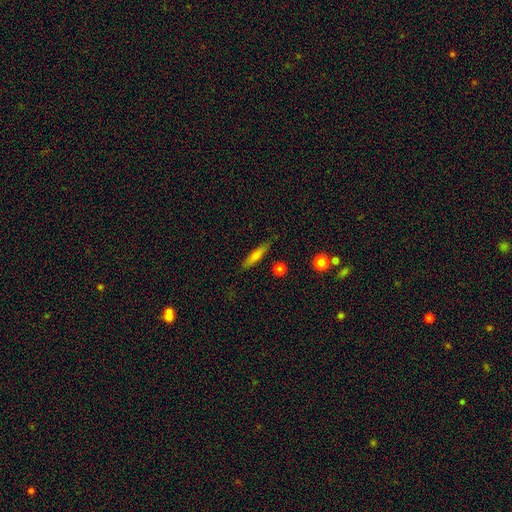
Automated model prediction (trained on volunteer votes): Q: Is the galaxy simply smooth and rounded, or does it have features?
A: smooth — 67%.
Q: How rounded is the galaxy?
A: cigar-shaped — 83%.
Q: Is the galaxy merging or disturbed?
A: none — 83%.